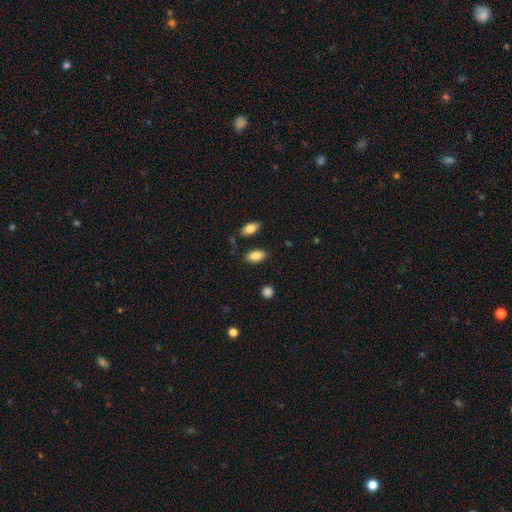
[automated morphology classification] A smooth galaxy with no disk features (85%) that is in between round and cigar-shaped (91%). Merging: none (82%).